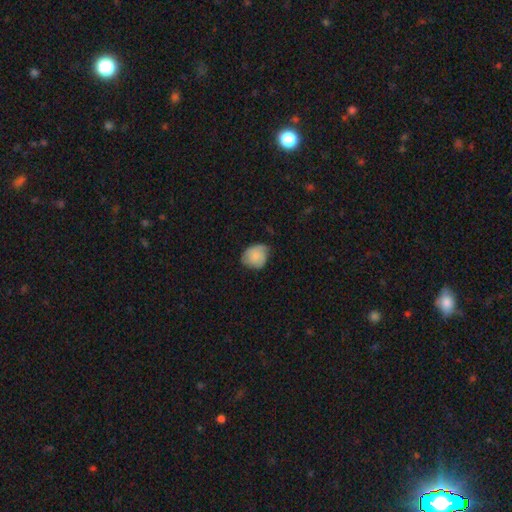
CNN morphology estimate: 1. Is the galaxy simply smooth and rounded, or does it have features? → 75% smooth, 18% featured or disk, 7% star or artifact.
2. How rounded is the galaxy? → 63% round, 36% in between, 1% cigar-shaped.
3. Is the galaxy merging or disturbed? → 51% none, 39% minor disturbance, 9% major disturbance, 1% merger.